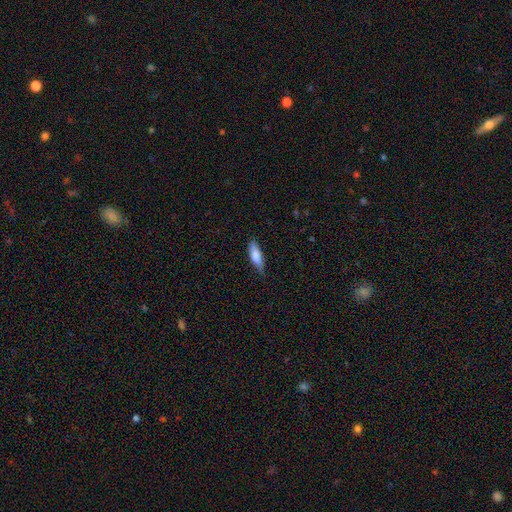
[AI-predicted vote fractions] The model was most divided on "how rounded": cigar-shaped: 50%, in between: 48%, round: 2%. More confident: smooth or featured — smooth (78%); merging — none (76%).